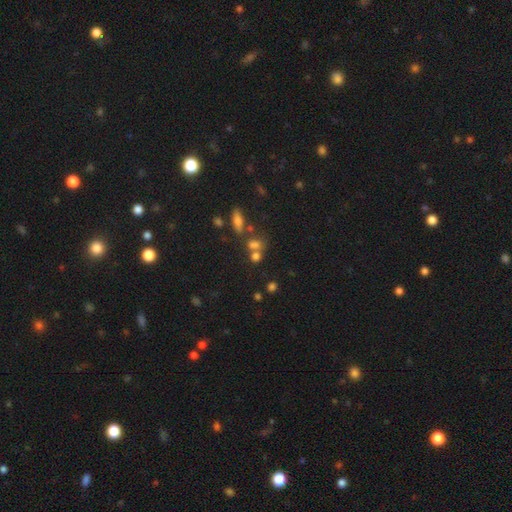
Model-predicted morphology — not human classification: smooth-or-featured: smooth: 68% | star or artifact: 19% | featured or disk: 13%
  how-rounded: round: 59% | in between: 38% | cigar-shaped: 4%
  merging: none: 43% | merger: 41% | minor disturbance: 10% | major disturbance: 6%